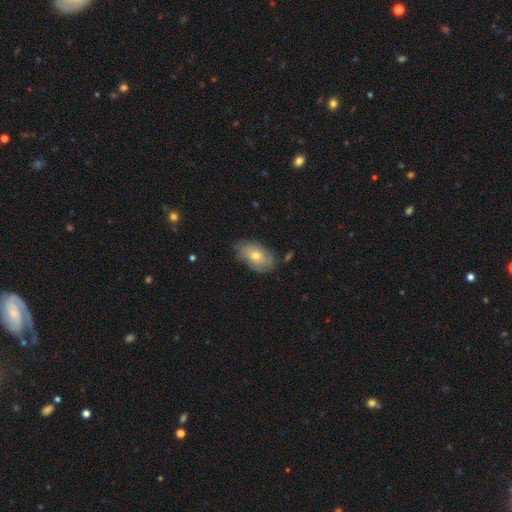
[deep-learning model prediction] smooth 58%, featured or disk 35%, star or artifact 7%. Down the decision tree: how rounded — in between (89%); merging — none (72%).